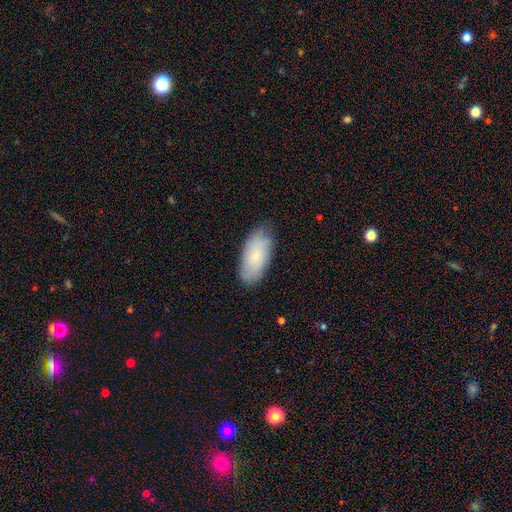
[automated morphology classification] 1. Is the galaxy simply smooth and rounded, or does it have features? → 68% smooth, 25% featured or disk, 7% star or artifact.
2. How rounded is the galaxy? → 92% in between, 6% cigar-shaped, 2% round.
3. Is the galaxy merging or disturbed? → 77% none, 19% minor disturbance, 3% major disturbance, 1% merger.